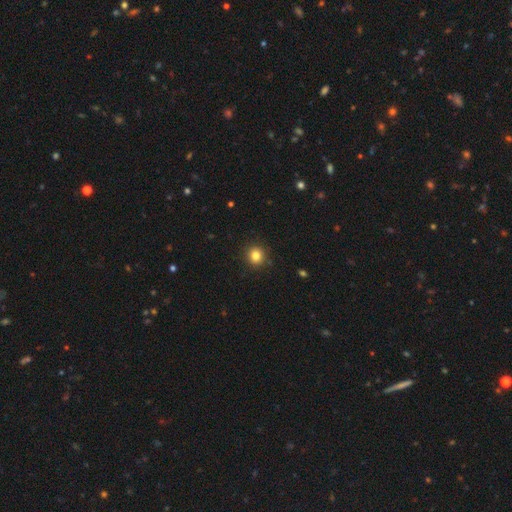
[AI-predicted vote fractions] Smooth or featured?
  - smooth: 83% *
  - star or artifact: 12%
  - featured or disk: 5%
How rounded?
  - round: 91% *
  - in between: 9%
  - cigar-shaped: 1%
Merging?
  - none: 91% *
  - minor disturbance: 6%
  - major disturbance: 2%
  - merger: 1%